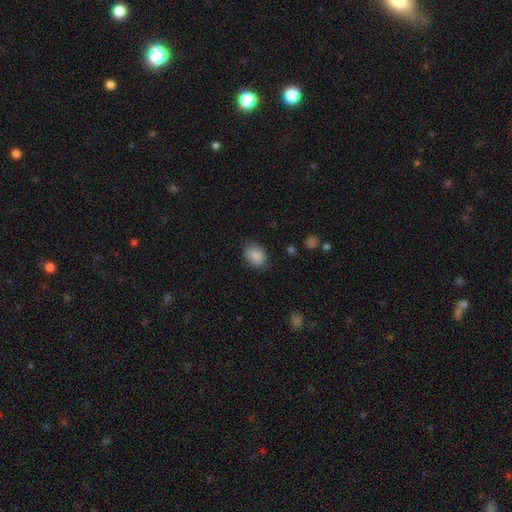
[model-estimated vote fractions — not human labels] smooth_or_featured: smooth (p=0.87) [alt: star or artifact p=0.08]
how_rounded: in between (p=0.67) [alt: round p=0.32]
merging: none (p=0.79) [alt: minor disturbance p=0.16]